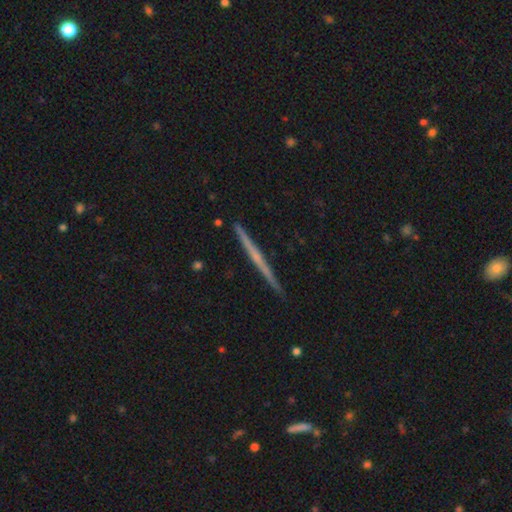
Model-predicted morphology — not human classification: Smooth or featured? featured or disk (66%)
Edge-on disk? yes (98%)
Edge-on bulge? none (70%)
Merging? none (92%)